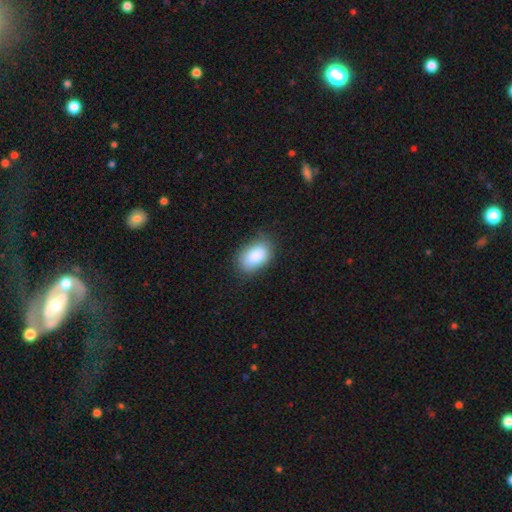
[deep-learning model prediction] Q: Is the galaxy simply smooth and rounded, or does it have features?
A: smooth — 88%.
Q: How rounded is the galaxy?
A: in between — 91%.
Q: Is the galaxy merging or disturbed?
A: none — 77%.